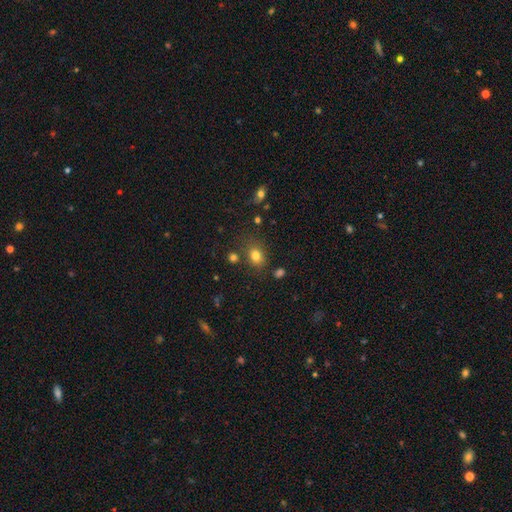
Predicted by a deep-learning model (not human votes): Smooth or featured: smooth — 78% (star or artifact — 13%)
How rounded: in between — 57% (round — 42%)
Merging: none — 73% (minor disturbance — 15%)